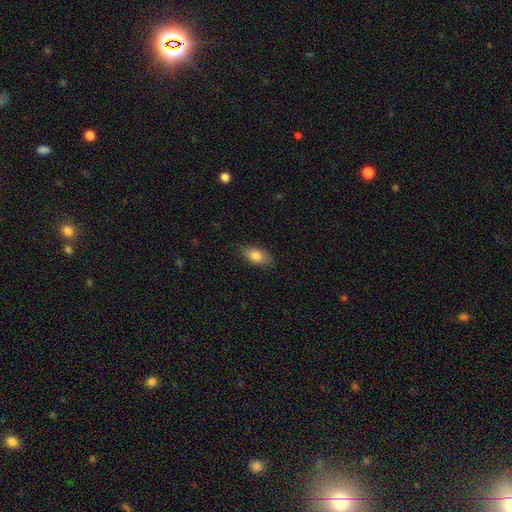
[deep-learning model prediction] Smooth or featured: smooth — 80% (featured or disk — 12%)
How rounded: in between — 87% (cigar-shaped — 8%)
Merging: none — 83% (minor disturbance — 13%)